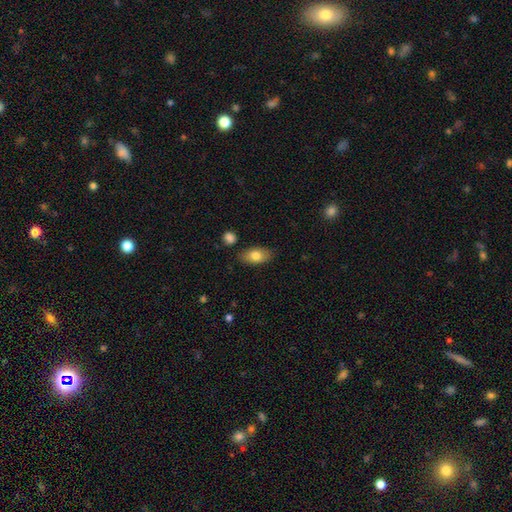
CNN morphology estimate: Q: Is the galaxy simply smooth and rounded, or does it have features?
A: smooth — 79%.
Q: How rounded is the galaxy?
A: in between — 91%.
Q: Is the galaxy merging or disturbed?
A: none — 84%.